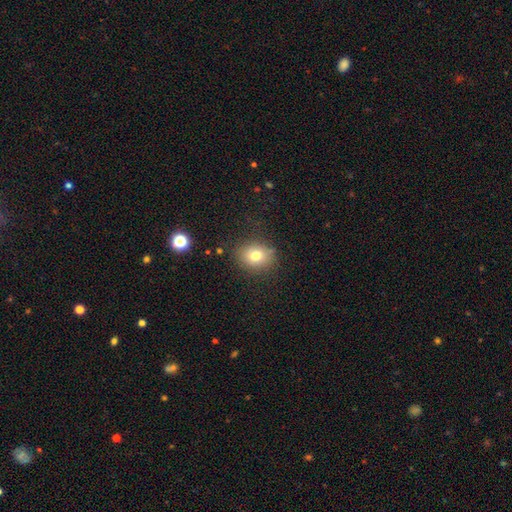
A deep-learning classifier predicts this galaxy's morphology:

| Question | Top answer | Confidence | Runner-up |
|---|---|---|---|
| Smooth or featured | smooth | 75% | star or artifact (13%) |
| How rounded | round | 58% | in between (41%) |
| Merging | none | 83% | minor disturbance (11%) |